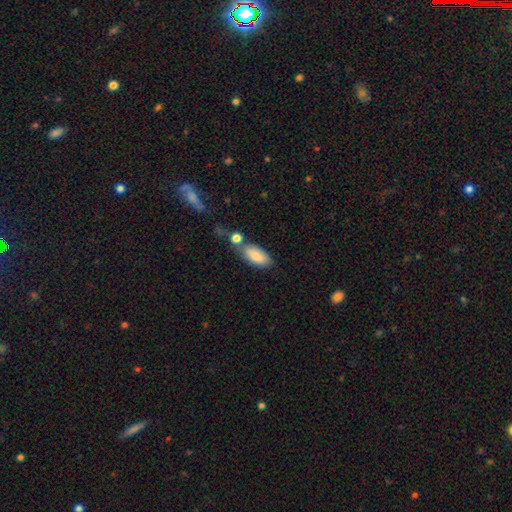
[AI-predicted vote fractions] The model was most divided on "merging": none: 54%, merger: 23%, minor disturbance: 17%, major disturbance: 6%. More confident: how rounded — in between (89%); smooth or featured — smooth (85%).